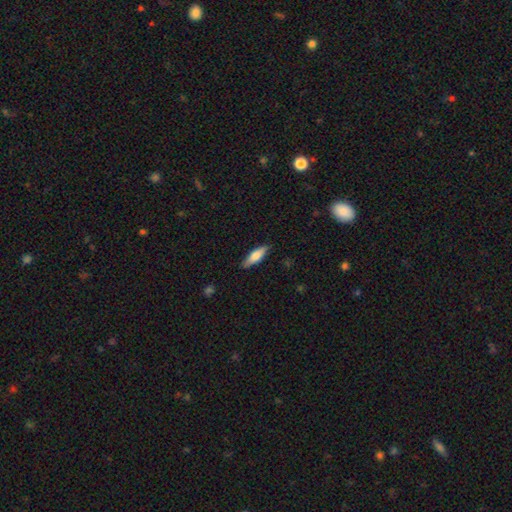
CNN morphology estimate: smooth_or_featured: smooth (p=0.65) [alt: featured or disk p=0.29]
how_rounded: cigar-shaped (p=0.53) [alt: in between p=0.45]
merging: none (p=0.85) [alt: minor disturbance p=0.12]